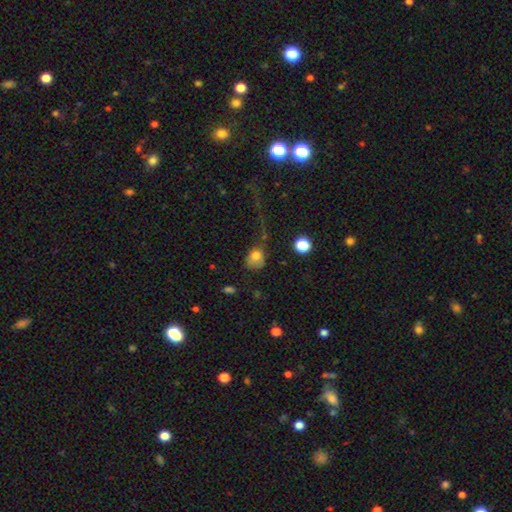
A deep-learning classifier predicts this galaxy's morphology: A smooth galaxy with no disk features (75%) that is round (53%). Merging: major disturbance (34%).